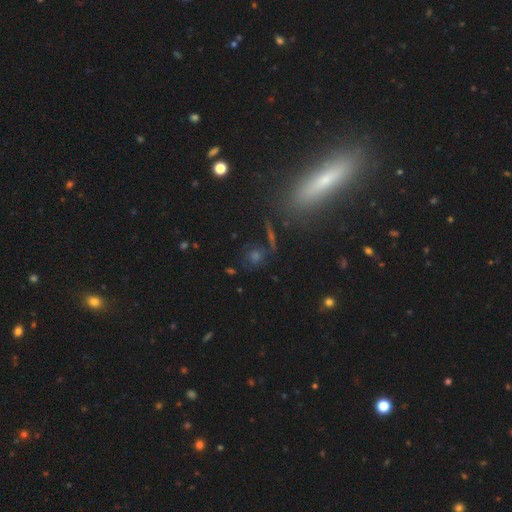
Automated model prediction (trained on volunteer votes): A smooth galaxy with no disk features (44%). Merging: none (70%).